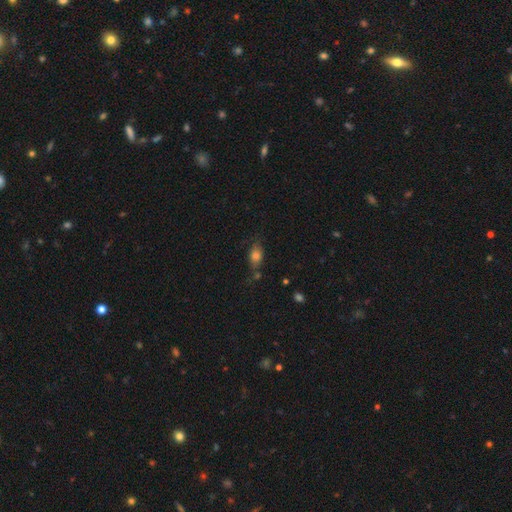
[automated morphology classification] smooth 73%, featured or disk 16%, star or artifact 11%. Down the decision tree: how rounded — in between (77%); merging — none (55%).